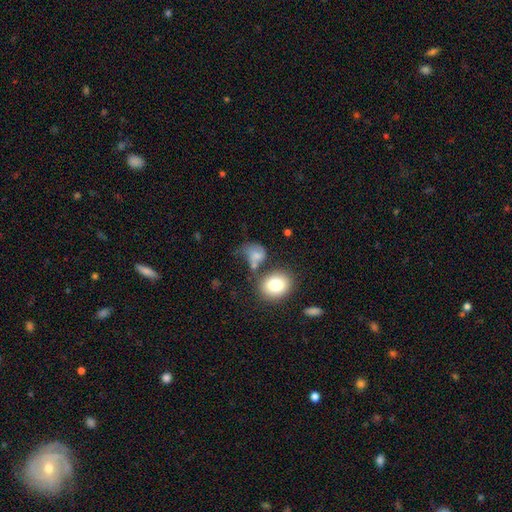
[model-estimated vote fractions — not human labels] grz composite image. It shows a smooth galaxy with no disk features (74%) that is in between round and cigar-shaped (50%). Merging: none (32%).